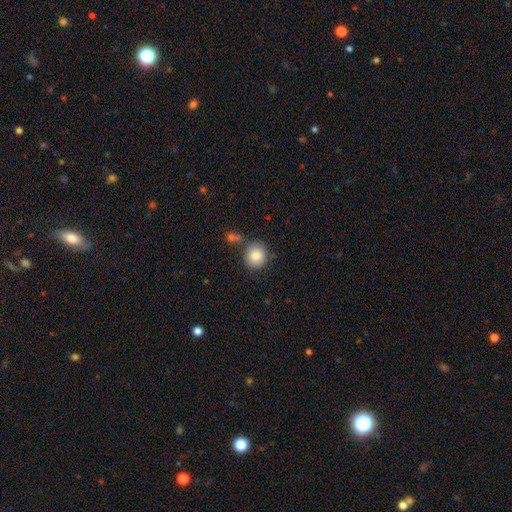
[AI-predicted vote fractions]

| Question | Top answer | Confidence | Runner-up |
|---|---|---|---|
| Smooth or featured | smooth | 85% | star or artifact (9%) |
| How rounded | round | 85% | in between (15%) |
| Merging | none | 75% | minor disturbance (12%) |